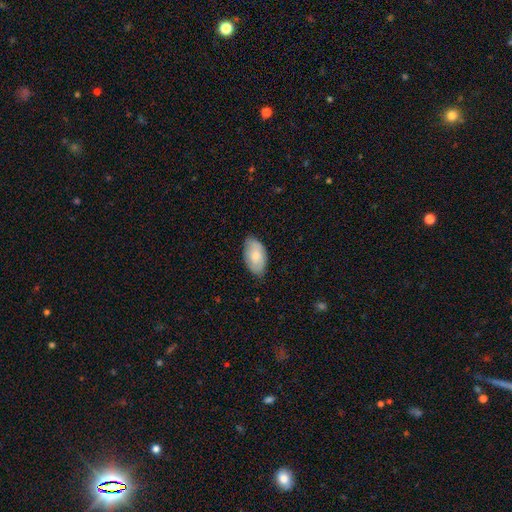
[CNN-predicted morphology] smooth_or_featured: smooth (p=0.73) [alt: featured or disk p=0.21]
how_rounded: in between (p=0.94) [alt: round p=0.04]
merging: none (p=0.76) [alt: minor disturbance p=0.20]